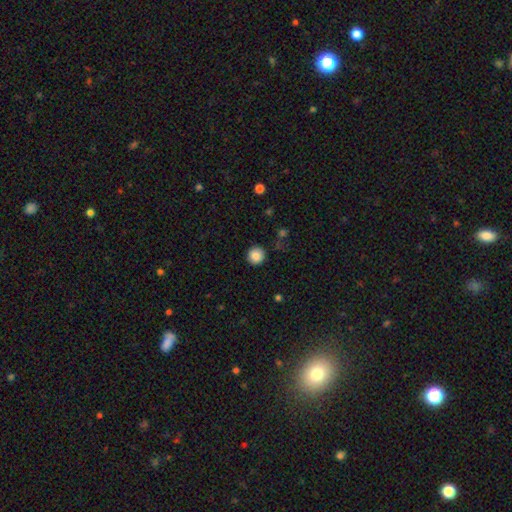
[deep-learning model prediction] smooth-or-featured: smooth: 87% | star or artifact: 9% | featured or disk: 4%
  how-rounded: round: 94% | in between: 5% | cigar-shaped: 1%
  merging: none: 89% | minor disturbance: 7% | major disturbance: 2% | merger: 1%